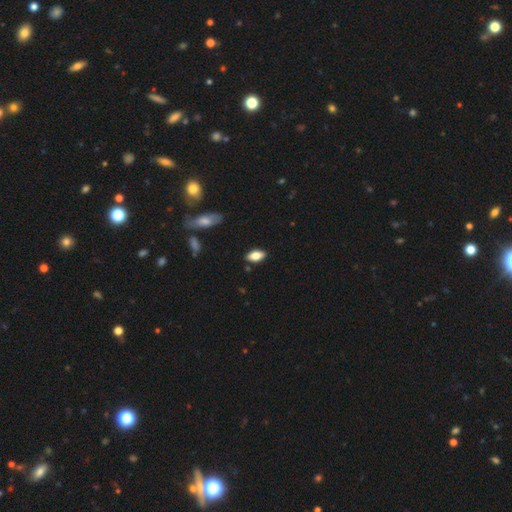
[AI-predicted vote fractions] Morphology: type=smooth (78%); roundness=in between (89%); merging=none (86%).